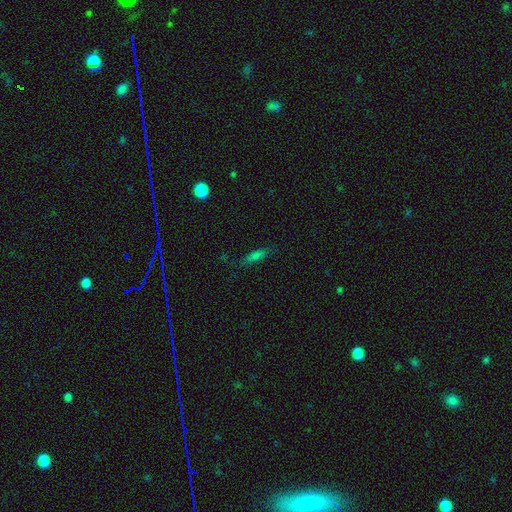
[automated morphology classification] type=smooth (57%); roundness=cigar-shaped (70%); merging=none (78%).